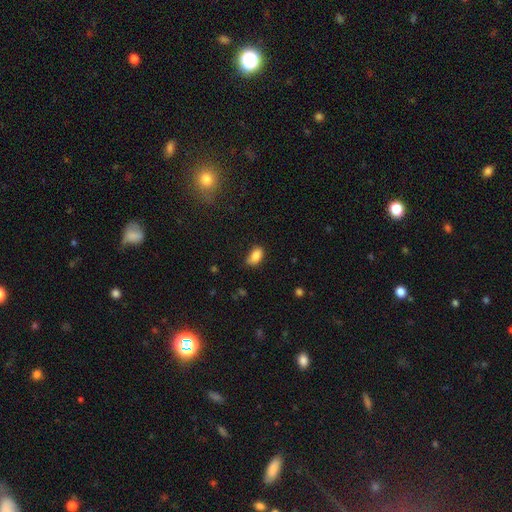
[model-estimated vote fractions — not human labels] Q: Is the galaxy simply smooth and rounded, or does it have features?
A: smooth — 85%.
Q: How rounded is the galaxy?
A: in between — 91%.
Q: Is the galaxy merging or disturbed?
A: none — 66%.